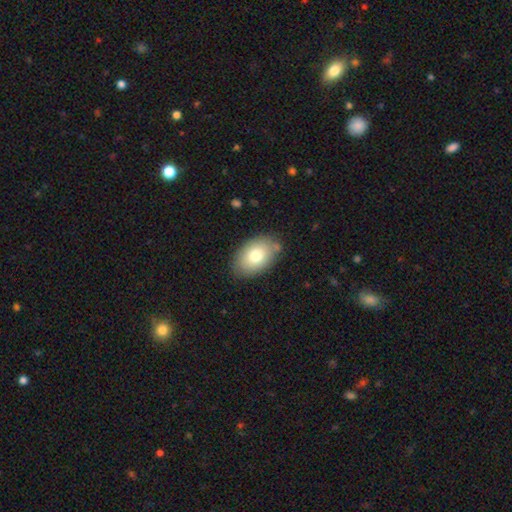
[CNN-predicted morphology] smooth-or-featured: smooth: 77% | featured or disk: 15% | star or artifact: 8%
  how-rounded: in between: 89% | round: 10% | cigar-shaped: 1%
  merging: none: 81% | minor disturbance: 14% | major disturbance: 3% | merger: 2%